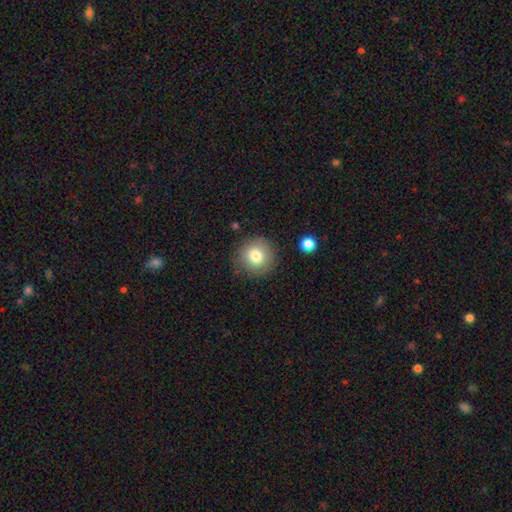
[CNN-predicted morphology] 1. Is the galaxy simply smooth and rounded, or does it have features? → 80% smooth, 11% featured or disk, 10% star or artifact.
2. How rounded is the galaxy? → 93% round, 6% in between, 1% cigar-shaped.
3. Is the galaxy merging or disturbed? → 85% none, 10% minor disturbance, 3% major disturbance, 2% merger.